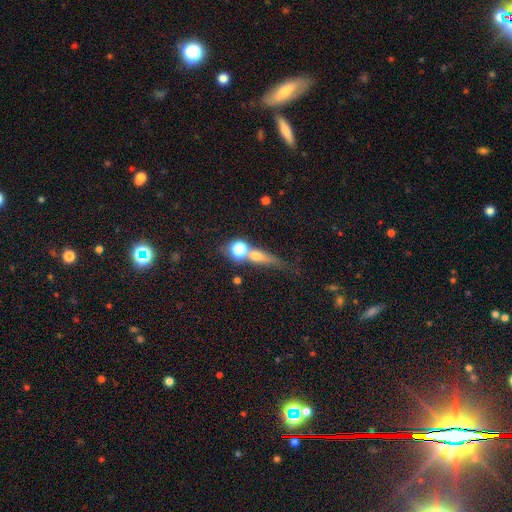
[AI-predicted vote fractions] A smooth galaxy with no disk features (51%) that is cigar-shaped (42%). Merging: none (43%).